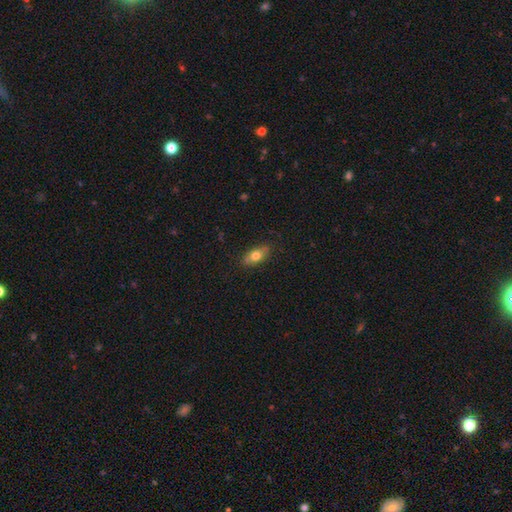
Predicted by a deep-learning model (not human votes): Morphology: type=smooth (70%); roundness=in between (81%); merging=none (81%).